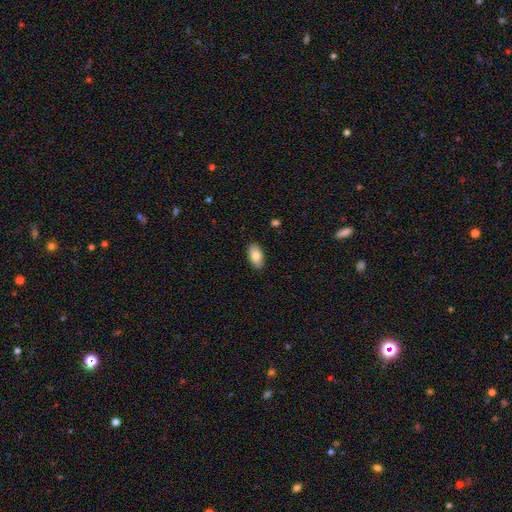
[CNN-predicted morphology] Smooth or featured?
  - smooth: 82% *
  - featured or disk: 11%
  - star or artifact: 7%
How rounded?
  - in between: 94% *
  - round: 4%
  - cigar-shaped: 2%
Merging?
  - none: 89% *
  - minor disturbance: 8%
  - major disturbance: 2%
  - merger: 1%